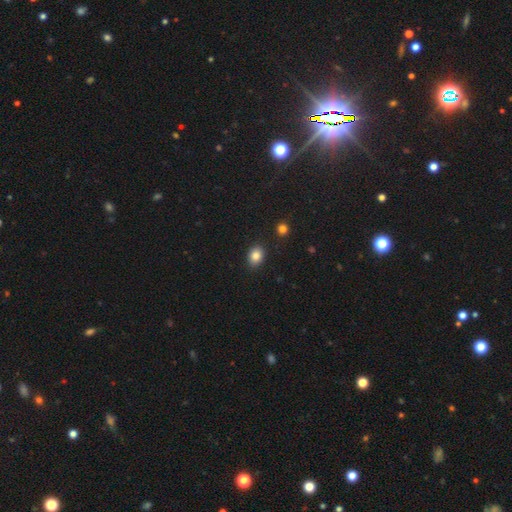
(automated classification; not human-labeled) The model was most divided on "how rounded": in between: 61%, round: 38%, cigar-shaped: 1%. More confident: merging — none (87%); smooth or featured — smooth (84%).